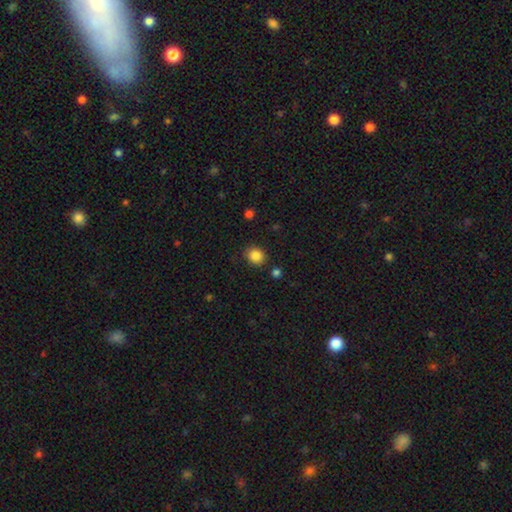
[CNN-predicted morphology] A smooth galaxy with no disk features (86%) that is round (74%). Merging: none (84%).